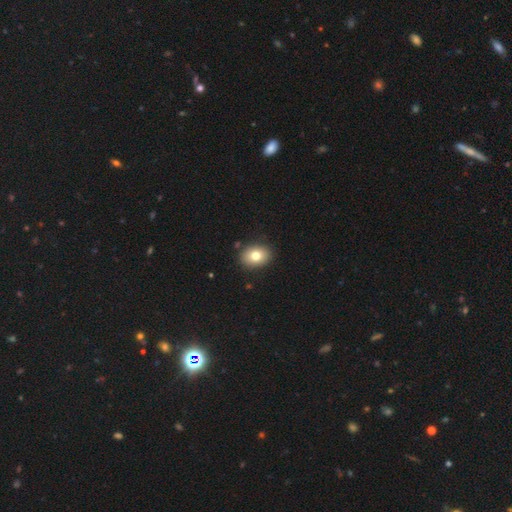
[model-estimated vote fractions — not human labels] A smooth galaxy with no disk features (77%) that is in between round and cigar-shaped (63%). Merging: none (88%).